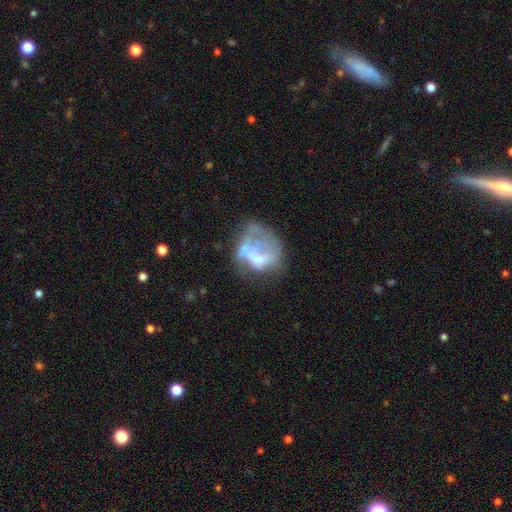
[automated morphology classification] Smooth or featured?
  - featured or disk: 54% *
  - smooth: 34%
  - star or artifact: 12%
Edge-on disk?
  - no: 98% *
  - yes: 2%
Bar?
  - no: 82% *
  - weak: 14%
  - strong: 4%
Spiral arms?
  - no: 87% *
  - yes: 13%
Bulge size?
  - none: 52% *
  - moderate: 22%
  - small: 20%
  - large: 4%
  - dominant: 2%
Merging?
  - major disturbance: 37% *
  - none: 29%
  - minor disturbance: 20%
  - merger: 14%